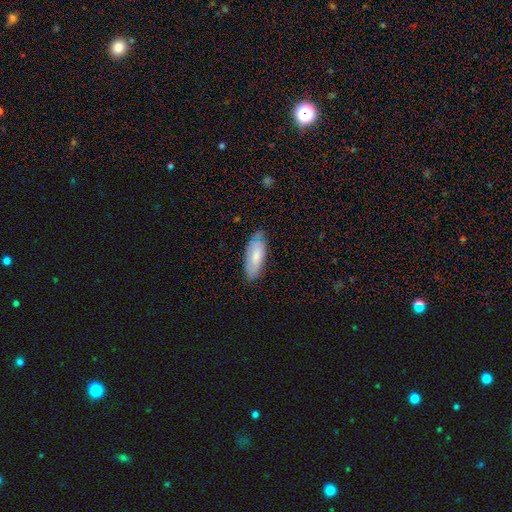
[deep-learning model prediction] The model was most divided on "smooth or featured": smooth: 72%, featured or disk: 22%, star or artifact: 6%. More confident: how rounded — in between (79%); merging — none (75%).